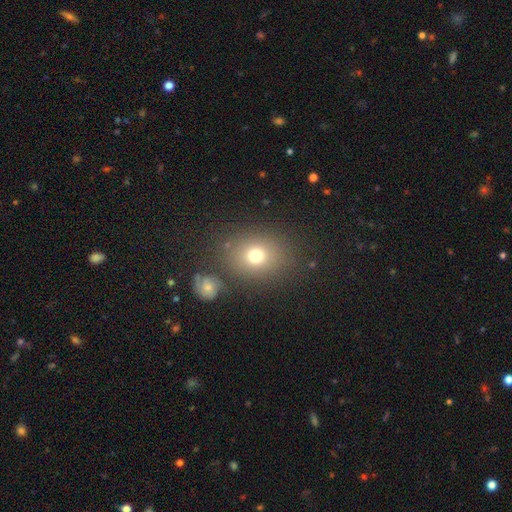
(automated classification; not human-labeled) smooth_or_featured: smooth (p=0.74) [alt: star or artifact p=0.14]
how_rounded: round (p=0.59) [alt: in between p=0.40]
merging: none (p=0.77) [alt: minor disturbance p=0.11]